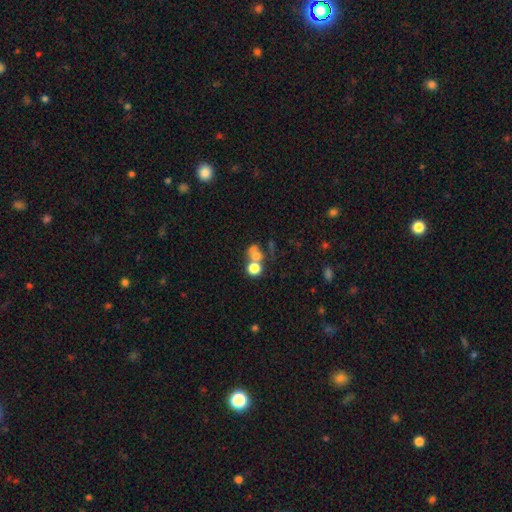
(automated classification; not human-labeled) This is likely a smooth galaxy (65%). How rounded: likely round (74%). Merging: possibly merger (50%).